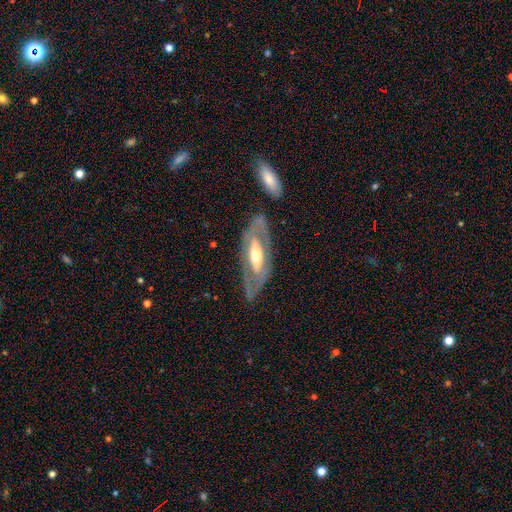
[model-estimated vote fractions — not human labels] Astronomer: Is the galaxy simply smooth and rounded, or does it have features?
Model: featured or disk — 70%.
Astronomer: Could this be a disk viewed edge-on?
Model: no — 80%.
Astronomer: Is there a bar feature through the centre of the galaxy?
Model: no — 57%.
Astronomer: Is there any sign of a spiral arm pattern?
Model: no — 59% (runner-up: yes, 41%).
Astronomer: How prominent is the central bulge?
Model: moderate — 67%.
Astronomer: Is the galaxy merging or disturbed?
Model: none — 72%.